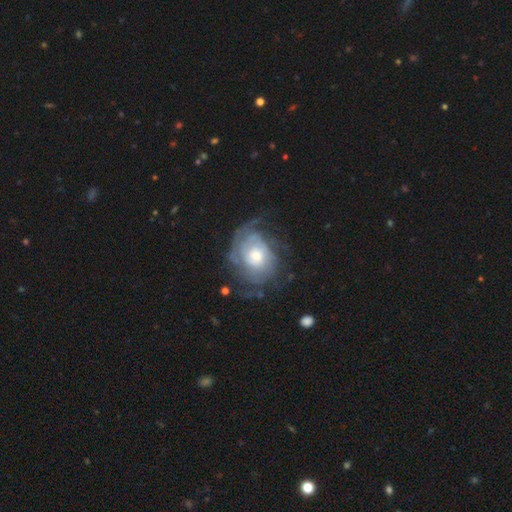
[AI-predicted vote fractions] Smooth or featured? Predicted: featured or disk (p=0.80). Edge-on disk? Predicted: no (p=0.97). Bar? Predicted: no (p=0.76). Spiral arms? Predicted: yes (p=0.91). Spiral winding? Predicted: tight (p=0.62). Spiral arm count? Predicted: can't tell (p=0.43). Bulge size? Predicted: moderate (p=0.58). Merging? Predicted: none (p=0.61).